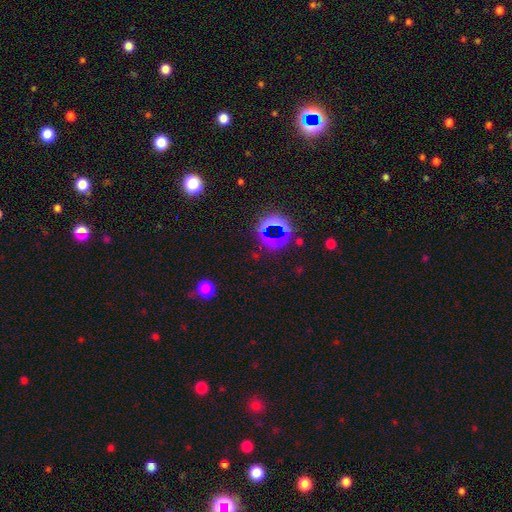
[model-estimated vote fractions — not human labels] Smooth or featured?
  - star or artifact: 64% *
  - smooth: 28%
  - featured or disk: 8%